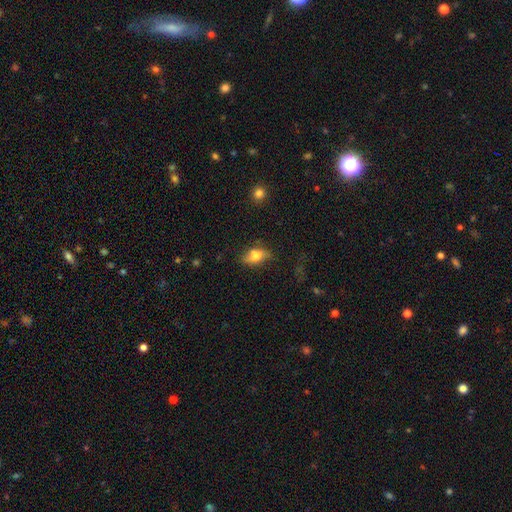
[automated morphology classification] Smooth or featured: smooth — 59% (featured or disk — 31%)
How rounded: in between — 82% (round — 10%)
Merging: none — 65% (minor disturbance — 24%)